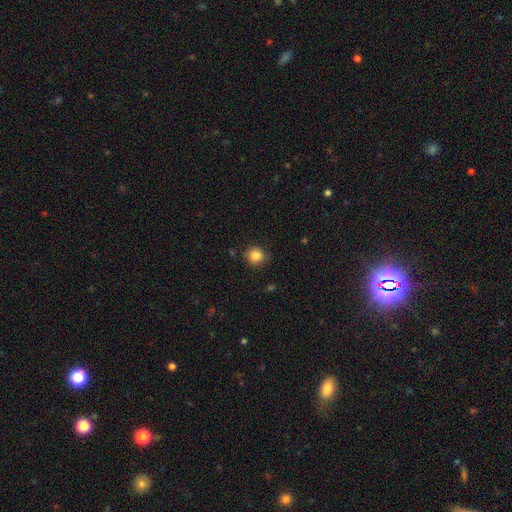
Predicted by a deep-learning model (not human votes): Smooth or featured? Predicted: smooth (p=0.86). How rounded? Predicted: round (p=0.85). Merging? Predicted: none (p=0.81).